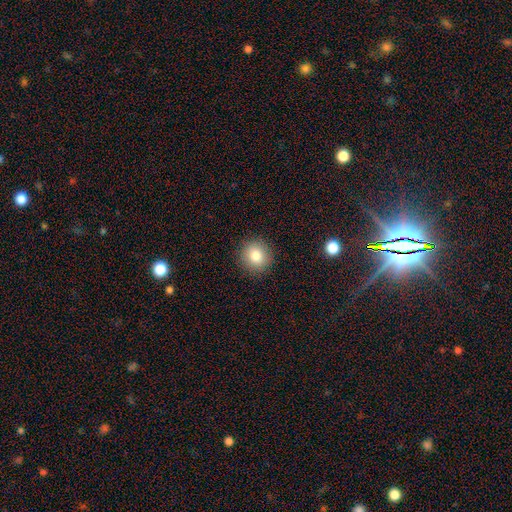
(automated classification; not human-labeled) smooth 82%, star or artifact 10%, featured or disk 8%. Down the decision tree: how rounded — round (92%); merging — none (91%).